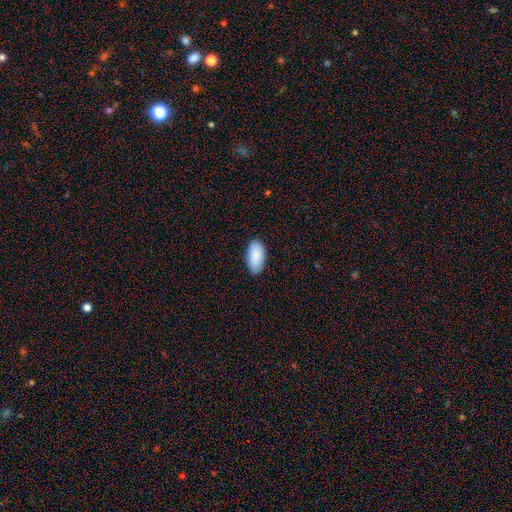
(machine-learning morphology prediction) A smooth galaxy with no disk features (89%) that is in between round and cigar-shaped (96%). Merging: none (86%).